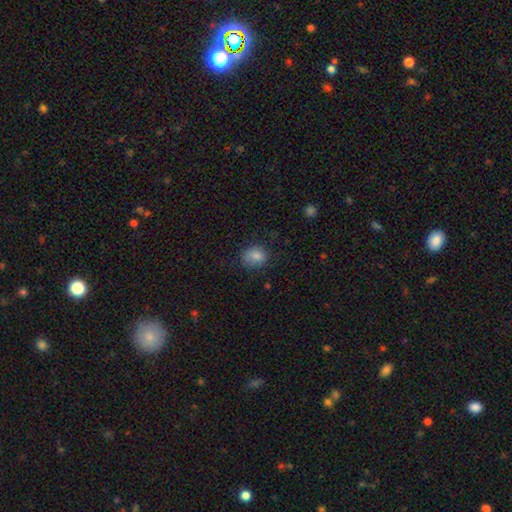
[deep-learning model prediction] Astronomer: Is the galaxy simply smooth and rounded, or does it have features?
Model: smooth — 80%.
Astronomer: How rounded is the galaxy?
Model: round — 55% (runner-up: in between, 44%).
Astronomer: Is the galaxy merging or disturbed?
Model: none — 67%.